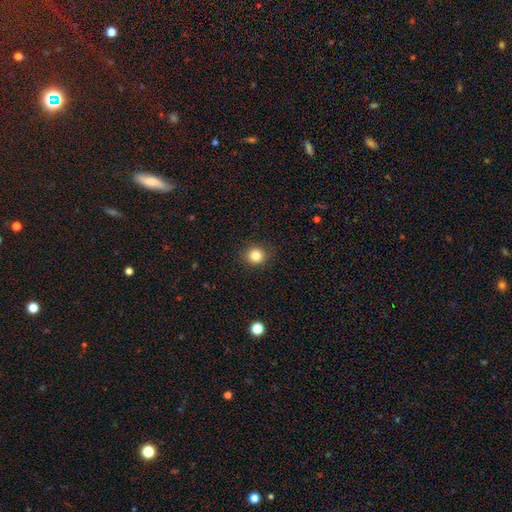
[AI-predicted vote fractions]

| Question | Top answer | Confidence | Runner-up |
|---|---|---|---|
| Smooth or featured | smooth | 83% | star or artifact (12%) |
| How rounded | round | 90% | in between (9%) |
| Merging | none | 89% | minor disturbance (7%) |